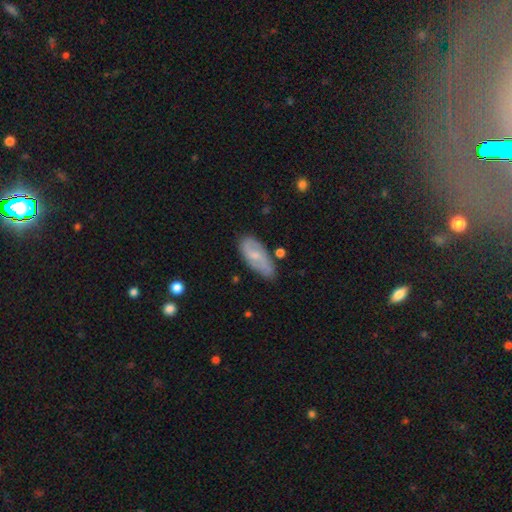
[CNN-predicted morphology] Smooth or featured? Predicted: featured or disk (p=0.55). Edge-on disk? Predicted: no (p=0.90). Merging? Predicted: none (p=0.70).